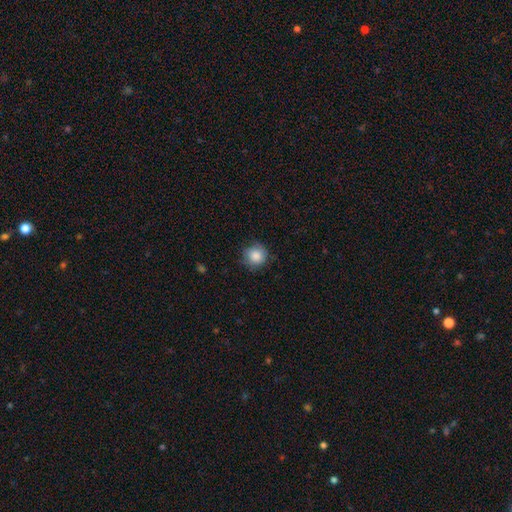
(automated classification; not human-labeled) A smooth galaxy with no disk features (85%) that is round (92%). Merging: none (78%).